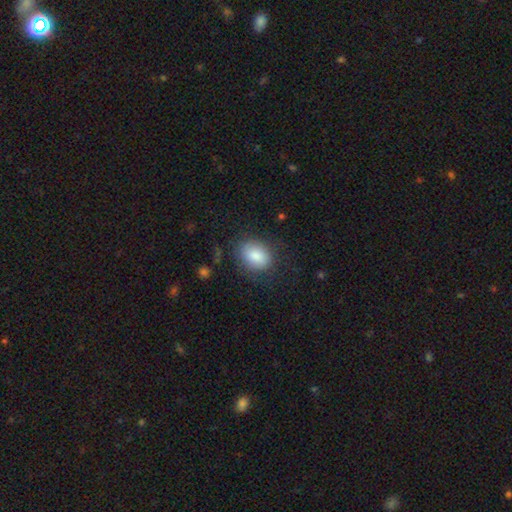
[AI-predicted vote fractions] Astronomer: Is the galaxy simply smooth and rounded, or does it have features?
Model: smooth — 84%.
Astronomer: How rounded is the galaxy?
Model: in between — 67%.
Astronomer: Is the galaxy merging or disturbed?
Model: none — 77%.